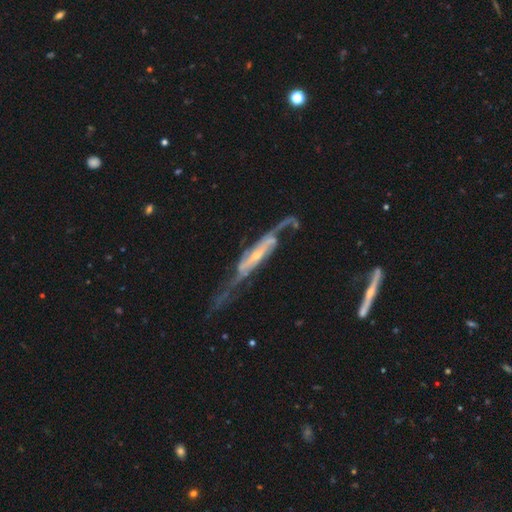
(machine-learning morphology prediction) Smooth or featured? Predicted: featured or disk (p=0.86). Edge-on disk? Predicted: no (p=0.65). Bar? Predicted: no (p=0.40). Spiral arms? Predicted: yes (p=0.92). Spiral winding? Predicted: medium (p=0.40). Spiral arm count? Predicted: 2 (p=0.75). Bulge size? Predicted: small (p=0.68). Merging? Predicted: none (p=0.47).